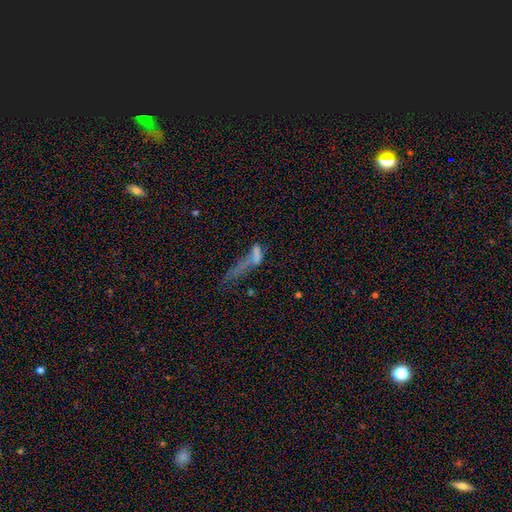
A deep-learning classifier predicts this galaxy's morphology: Smooth or featured? smooth (53%)
How rounded? cigar-shaped (46%)
Merging? major disturbance (42%)